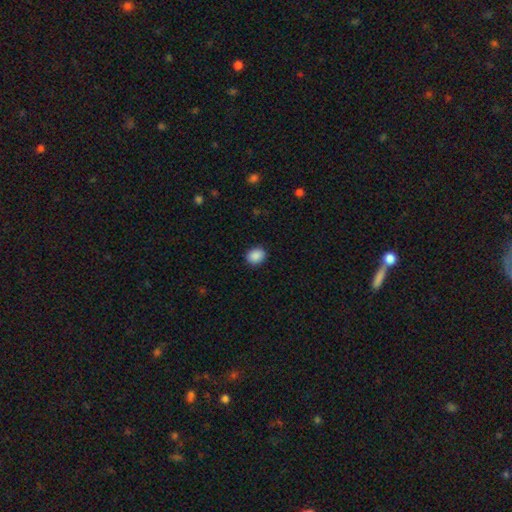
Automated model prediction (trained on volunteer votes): Smooth or featured?
  - smooth: 89% *
  - star or artifact: 8%
  - featured or disk: 3%
How rounded?
  - round: 56% *
  - in between: 43%
  - cigar-shaped: 1%
Merging?
  - none: 89% *
  - minor disturbance: 8%
  - major disturbance: 2%
  - merger: 1%